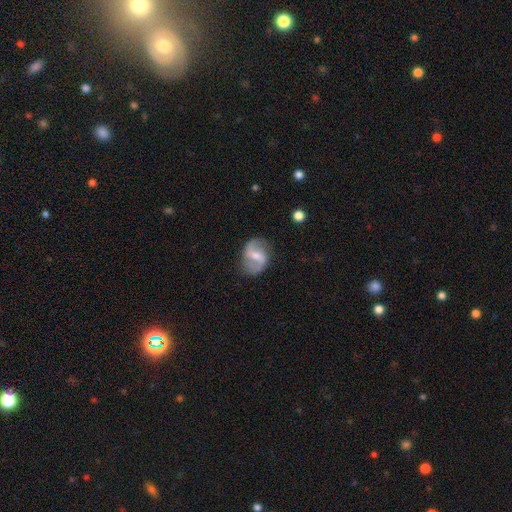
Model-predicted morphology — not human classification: Smooth or featured? Predicted: featured or disk (p=0.83). Edge-on disk? Predicted: no (p=0.98). Bar? Predicted: weak (p=0.51). Spiral arms? Predicted: yes (p=0.93). Spiral winding? Predicted: loose (p=0.46). Spiral arm count? Predicted: 2 (p=0.92). Bulge size? Predicted: moderate (p=0.52). Merging? Predicted: none (p=0.80).